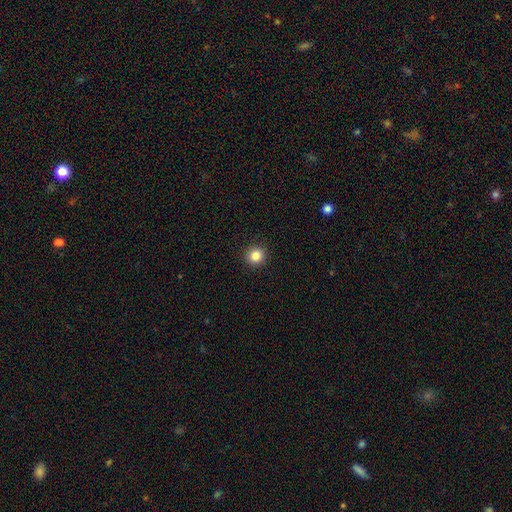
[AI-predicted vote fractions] smooth 85%, star or artifact 11%, featured or disk 4%. Down the decision tree: how rounded — round (93%); merging — none (93%).